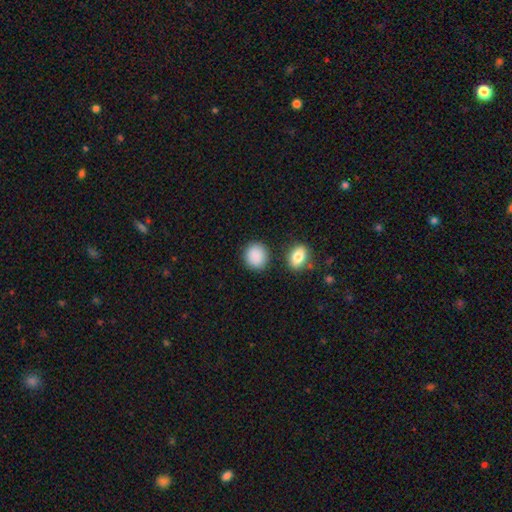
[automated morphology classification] smooth_or_featured: smooth (p=0.90) [alt: star or artifact p=0.07]
how_rounded: round (p=0.75) [alt: in between p=0.23]
merging: none (p=0.83) [alt: minor disturbance p=0.10]